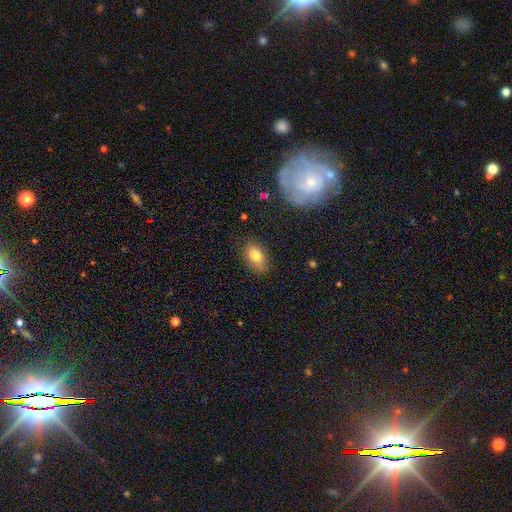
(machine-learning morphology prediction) Smooth or featured?
  - smooth: 79% *
  - featured or disk: 12%
  - star or artifact: 9%
How rounded?
  - in between: 87% *
  - round: 11%
  - cigar-shaped: 2%
Merging?
  - none: 82% *
  - minor disturbance: 14%
  - major disturbance: 3%
  - merger: 1%